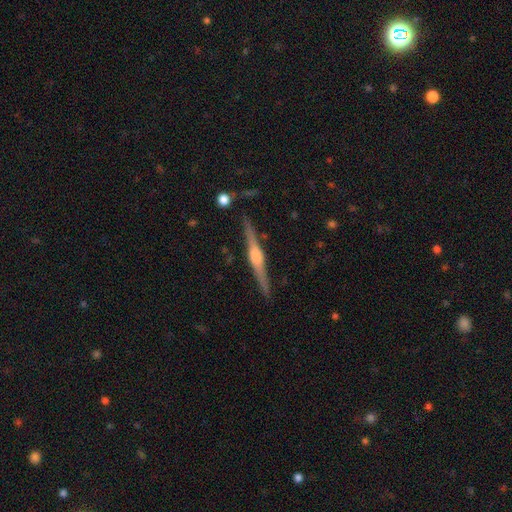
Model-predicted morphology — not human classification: Smooth or featured?
  - featured or disk: 86% *
  - smooth: 9%
  - star or artifact: 5%
Edge-on disk?
  - yes: 98% *
  - no: 2%
Edge-on bulge?
  - rounded: 83% *
  - boxy: 11%
  - none: 5%
Merging?
  - none: 89% *
  - minor disturbance: 7%
  - merger: 2%
  - major disturbance: 2%